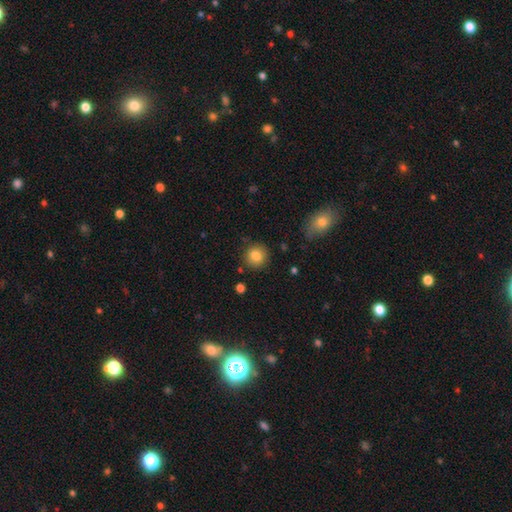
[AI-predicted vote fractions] A smooth galaxy with no disk features (84%) that is round (89%). Merging: none (86%).